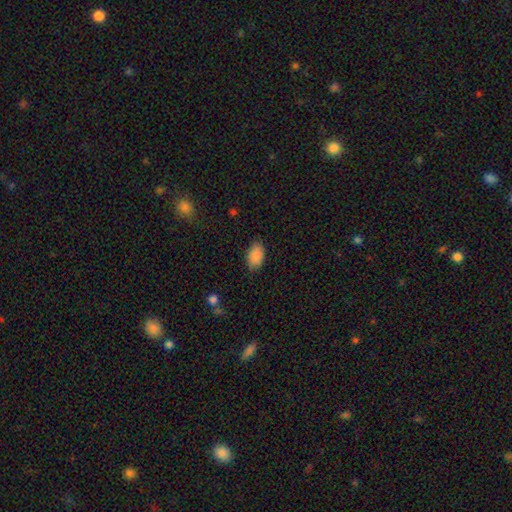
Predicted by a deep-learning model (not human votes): Q: Smooth or featured?
A: smooth (88%); runner-up: star or artifact (8%)
Q: How rounded?
A: in between (89%); runner-up: round (10%)
Q: Merging?
A: none (79%); runner-up: minor disturbance (16%)